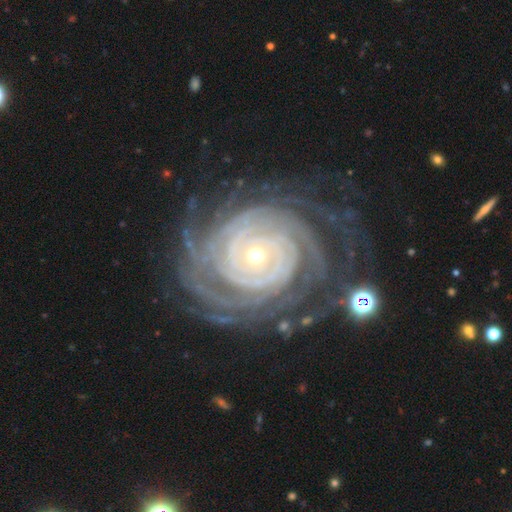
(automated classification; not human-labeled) A featured or disk galaxy (92%) with no bar (71%), more than 4 (29%) tight (88%) spiral arms (98%) and a small central bulge (63%). Merging: none (72%).